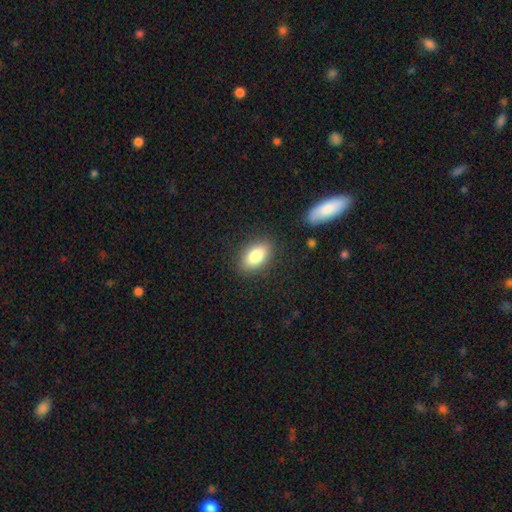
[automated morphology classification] smooth_or_featured: smooth (p=0.82) [alt: featured or disk p=0.10]
how_rounded: in between (p=0.90) [alt: round p=0.07]
merging: none (p=0.87) [alt: minor disturbance p=0.09]